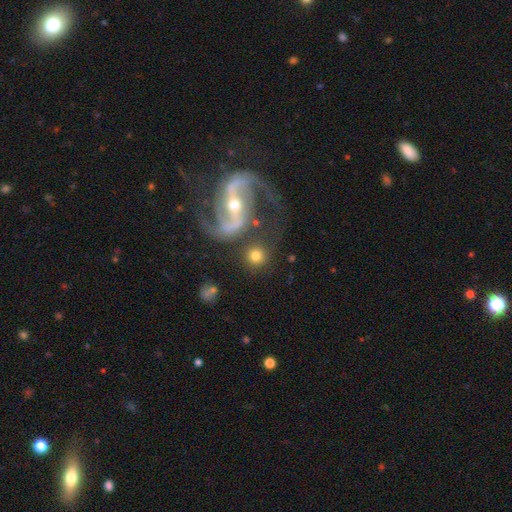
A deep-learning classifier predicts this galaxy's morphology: Smooth or featured: smooth — 60% (featured or disk — 31%)
How rounded: round — 91% (in between — 7%)
Merging: none — 72% (merger — 11%)